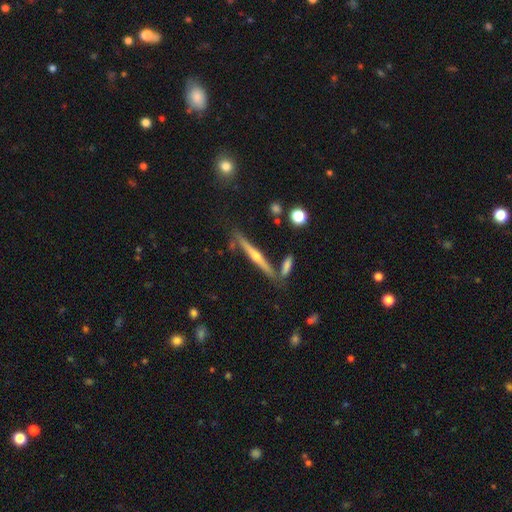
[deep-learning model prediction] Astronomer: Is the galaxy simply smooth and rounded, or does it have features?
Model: featured or disk — 71%.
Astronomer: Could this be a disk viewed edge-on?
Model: yes — 97%.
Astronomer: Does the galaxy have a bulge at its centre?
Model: rounded — 85%.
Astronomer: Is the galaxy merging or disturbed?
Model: none — 81%.